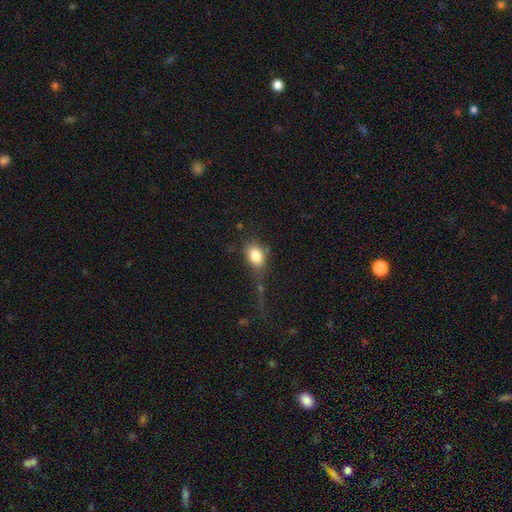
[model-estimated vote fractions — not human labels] smooth_or_featured: smooth (p=0.82) [alt: featured or disk p=0.09]
how_rounded: in between (p=0.74) [alt: round p=0.24]
merging: none (p=0.53) [alt: minor disturbance p=0.22]